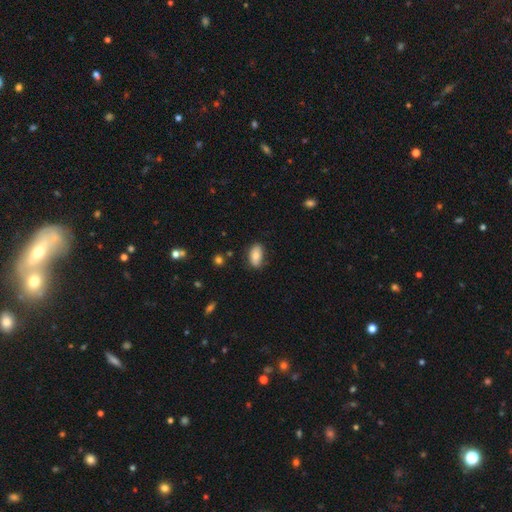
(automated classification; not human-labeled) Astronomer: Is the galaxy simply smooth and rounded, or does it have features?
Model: smooth — 79%.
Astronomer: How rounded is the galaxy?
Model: in between — 93%.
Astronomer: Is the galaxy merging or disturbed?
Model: none — 77%.